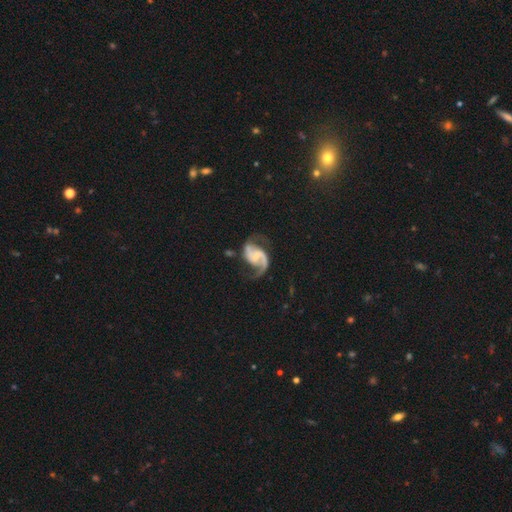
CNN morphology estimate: A featured or disk galaxy (90%) with a weak bar (43%), 2 (89%) medium (46%) spiral arms (97%) and no central bulge (50%).

Vote fractions:
- Smooth or featured? featured or disk: 90% / smooth: 5% / star or artifact: 5%
- Edge-on disk? no: 98% / yes: 2%
- Bar? weak: 43% / no: 36% / strong: 21%
- Spiral arms? yes: 97% / no: 3%
- Spiral winding? medium: 46% / loose: 43% / tight: 11%
- Spiral arm count? 2: 89% / 1: 6% / can't tell: 2% / 3: 1% / 4: 1% / more than 4: 1%
- Bulge size? none: 50% / small: 31% / moderate: 14% / large: 4% / dominant: 1%
- Merging? none: 62% / minor disturbance: 18% / major disturbance: 17% / merger: 3%